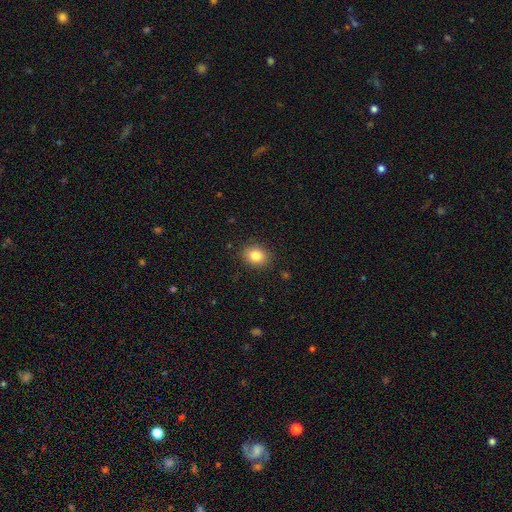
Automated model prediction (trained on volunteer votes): Smooth or featured? Predicted: smooth (p=0.84). How rounded? Predicted: round (p=0.50). Merging? Predicted: none (p=0.87).